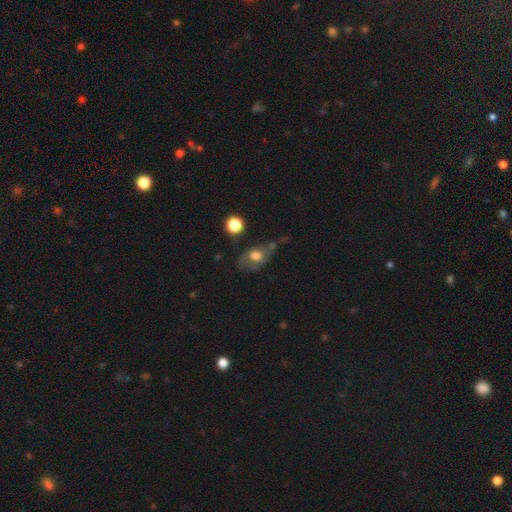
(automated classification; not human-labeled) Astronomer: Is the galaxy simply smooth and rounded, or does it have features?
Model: smooth — 61%.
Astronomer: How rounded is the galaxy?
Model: in between — 75%.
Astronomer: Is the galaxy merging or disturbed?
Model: none — 51%.